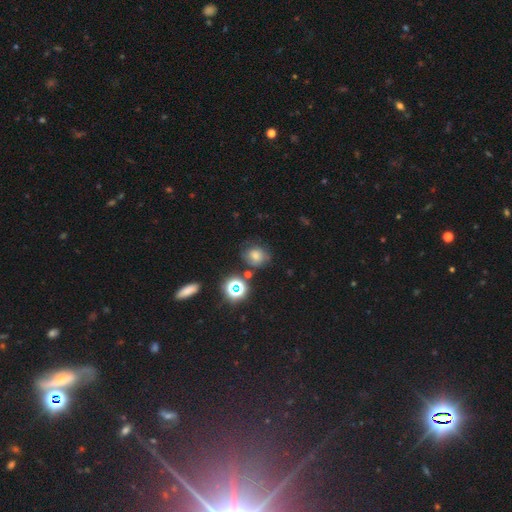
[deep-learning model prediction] Smooth or featured? Predicted: smooth (p=0.57). How rounded? Predicted: round (p=0.68). Merging? Predicted: none (p=0.73).